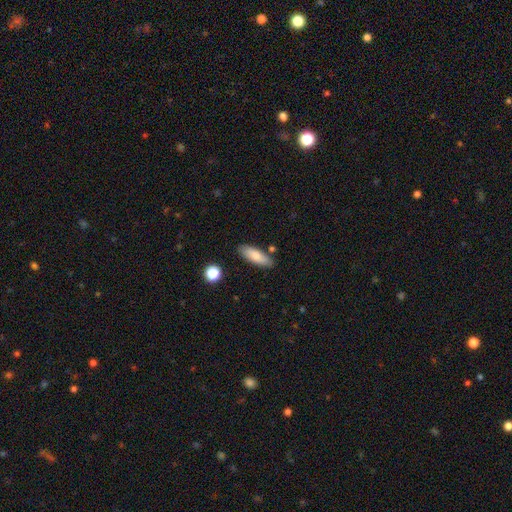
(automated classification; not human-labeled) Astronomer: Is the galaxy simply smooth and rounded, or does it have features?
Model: smooth — 81%.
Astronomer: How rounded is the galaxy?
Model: in between — 58% (runner-up: cigar-shaped, 40%).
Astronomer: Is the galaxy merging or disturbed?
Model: none — 82%.